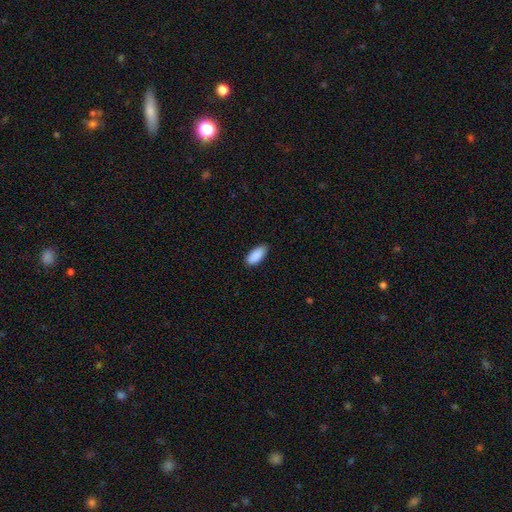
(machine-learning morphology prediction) Smooth or featured? Predicted: smooth (p=0.90). How rounded? Predicted: in between (p=0.89). Merging? Predicted: none (p=0.81).